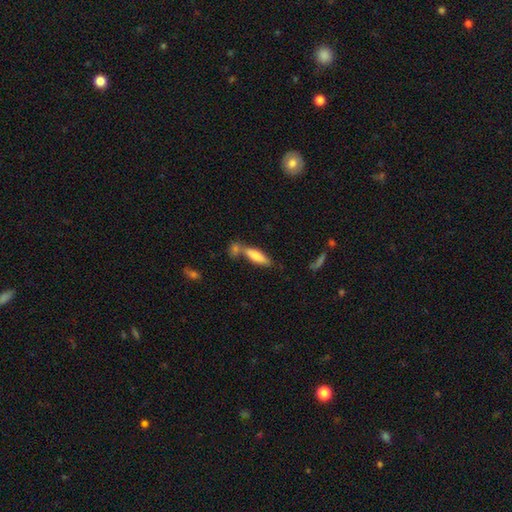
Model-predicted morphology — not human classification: This is likely a smooth galaxy (74%). How rounded: likely cigar-shaped (63%). Merging: possibly none (53%).